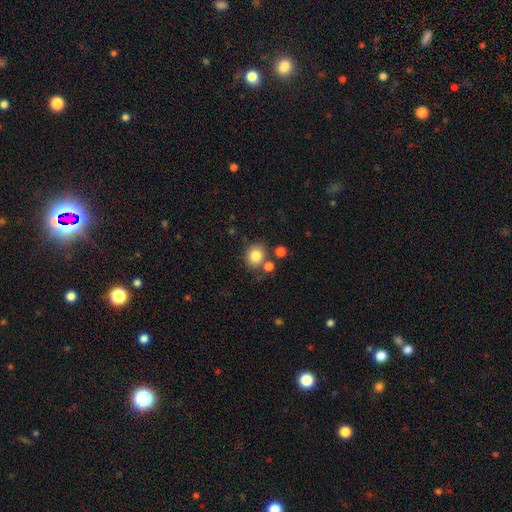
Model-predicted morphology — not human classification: Q: Smooth or featured?
A: smooth (82%); runner-up: star or artifact (11%)
Q: How rounded?
A: round (77%); runner-up: in between (22%)
Q: Merging?
A: none (72%); runner-up: merger (14%)